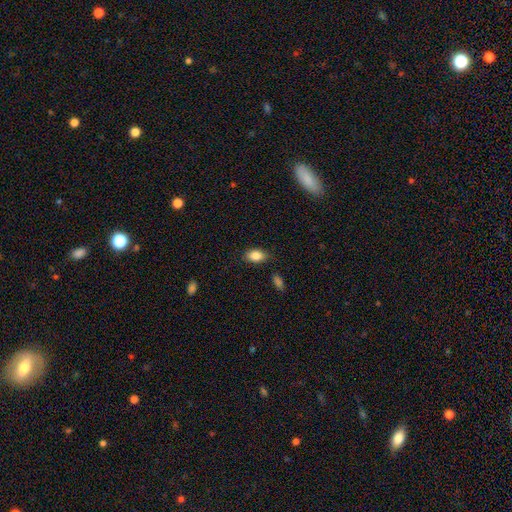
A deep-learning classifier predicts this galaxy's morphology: A smooth galaxy with no disk features (86%) that is in between round and cigar-shaped (86%). Merging: none (82%).